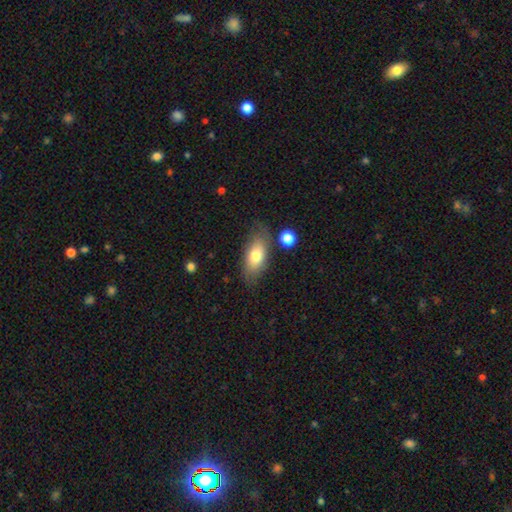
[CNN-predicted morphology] smooth_or_featured: smooth (p=0.72) [alt: featured or disk p=0.20]
how_rounded: in between (p=0.84) [alt: cigar-shaped p=0.11]
merging: none (p=0.72) [alt: minor disturbance p=0.18]